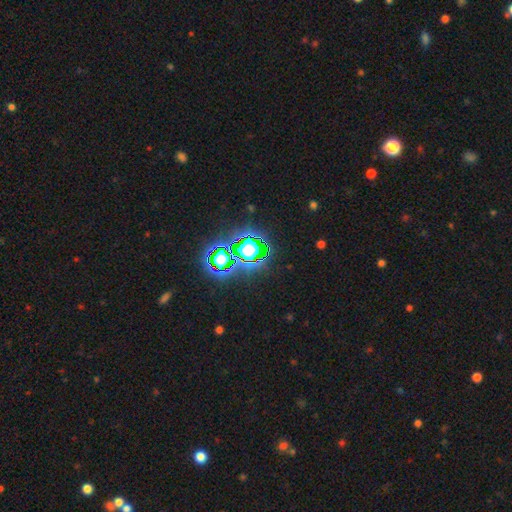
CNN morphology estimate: Smooth or featured?
  - star or artifact: 81% *
  - smooth: 11%
  - featured or disk: 8%